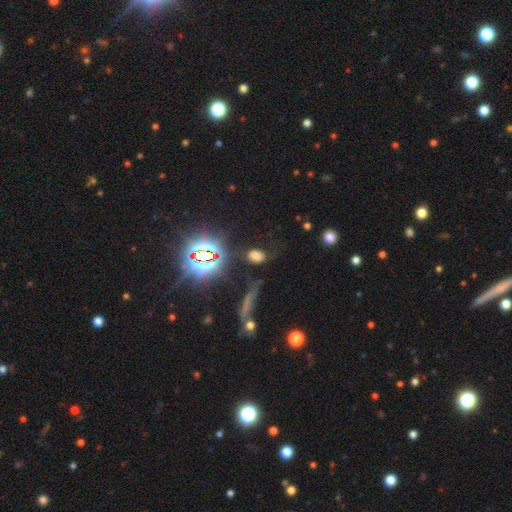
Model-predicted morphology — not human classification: smooth_or_featured: smooth (p=0.60) [alt: star or artifact p=0.28]
how_rounded: in between (p=0.73) [alt: round p=0.24]
merging: none (p=0.71) [alt: minor disturbance p=0.15]